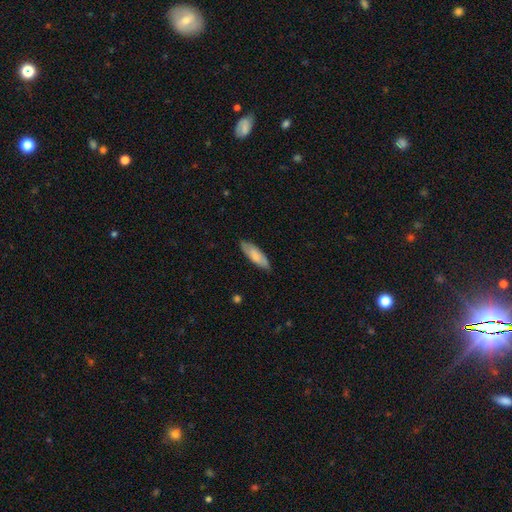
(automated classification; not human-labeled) Overall: smooth (72%). How rounded: in between (57%; cigar-shaped 41%). Merging: none (83%).